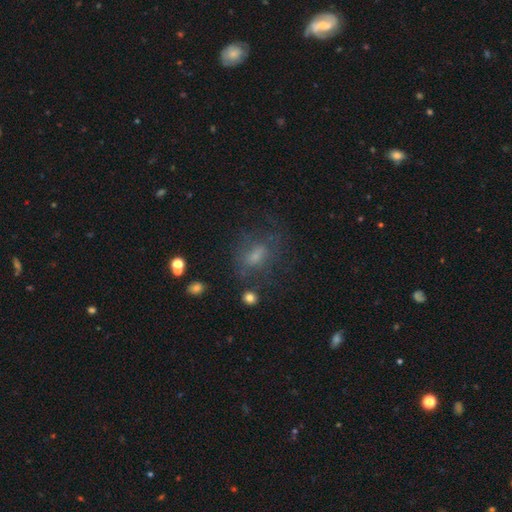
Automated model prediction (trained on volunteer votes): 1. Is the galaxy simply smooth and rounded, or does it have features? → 50% smooth, 32% featured or disk, 18% star or artifact.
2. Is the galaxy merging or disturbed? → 53% none, 23% major disturbance, 21% minor disturbance, 4% merger.